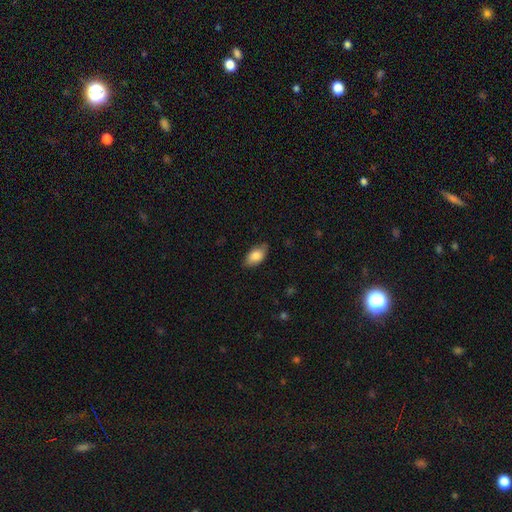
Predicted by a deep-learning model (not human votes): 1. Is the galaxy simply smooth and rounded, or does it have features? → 82% smooth, 11% featured or disk, 7% star or artifact.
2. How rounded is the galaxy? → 92% in between, 5% round, 3% cigar-shaped.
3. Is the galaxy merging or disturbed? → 80% none, 16% minor disturbance, 3% major disturbance, 1% merger.